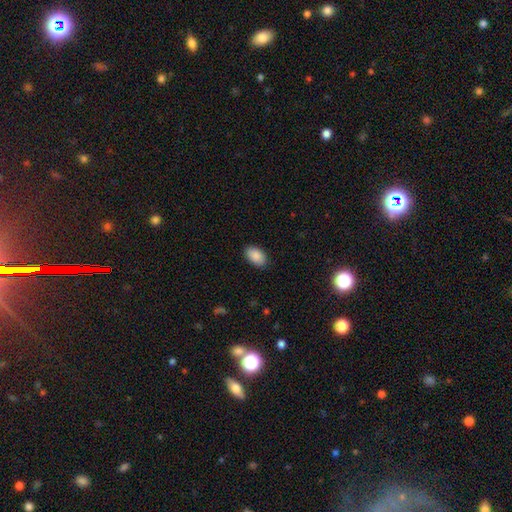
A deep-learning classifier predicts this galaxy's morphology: Smooth or featured? smooth (89%)
How rounded? in between (93%)
Merging? none (87%)